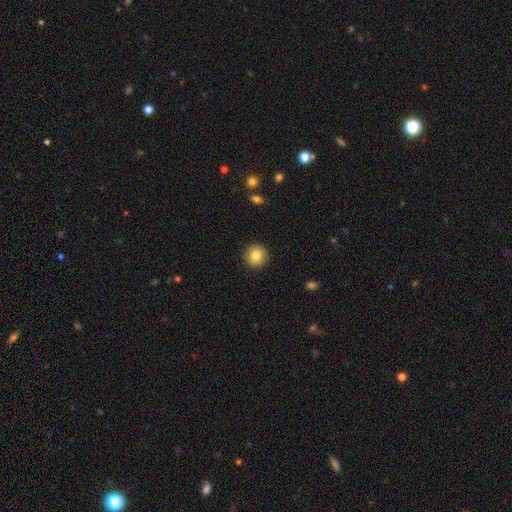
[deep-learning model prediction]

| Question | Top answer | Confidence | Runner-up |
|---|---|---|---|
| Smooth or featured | smooth | 84% | star or artifact (8%) |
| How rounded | round | 94% | in between (5%) |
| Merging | none | 92% | minor disturbance (6%) |